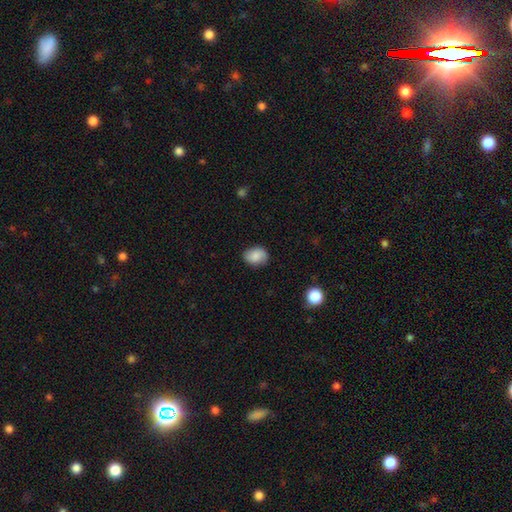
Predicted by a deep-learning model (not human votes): Q: Smooth or featured?
A: smooth (84%); runner-up: star or artifact (8%)
Q: How rounded?
A: in between (66%); runner-up: round (33%)
Q: Merging?
A: none (82%); runner-up: minor disturbance (14%)